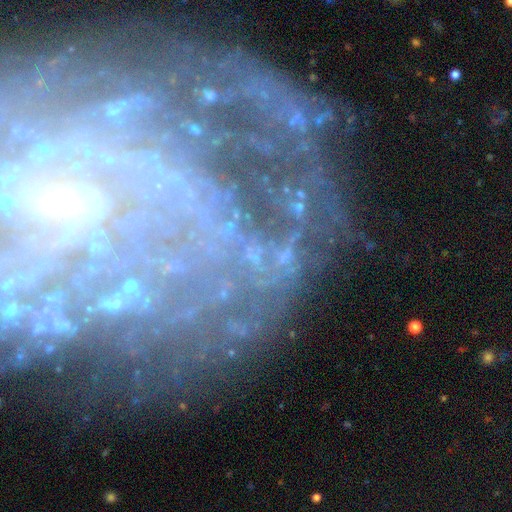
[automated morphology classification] Smooth or featured: featured or disk — 75% (star or artifact — 16%)
Edge-on disk: no — 96% (yes — 4%)
Bar: no — 54% (weak — 28%)
Spiral arms: yes — 82% (no — 18%)
Spiral winding: tight — 60% (medium — 28%)
Spiral arm count: can't tell — 38% (2 — 15%)
Bulge size: small — 64% (none — 22%)
Merging: none — 59% (major disturbance — 19%)